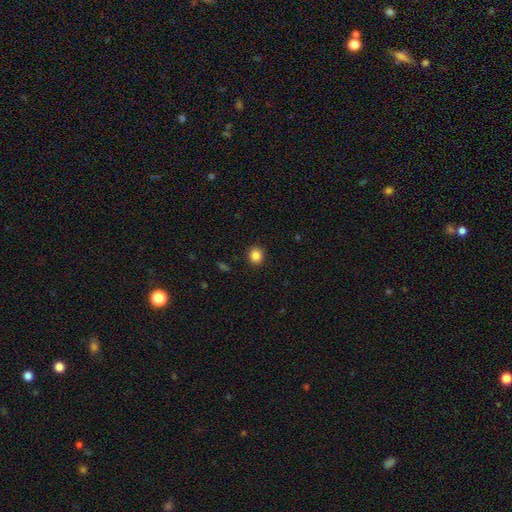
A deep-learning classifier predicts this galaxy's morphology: Q: Smooth or featured?
A: smooth (85%); runner-up: star or artifact (11%)
Q: How rounded?
A: round (87%); runner-up: in between (12%)
Q: Merging?
A: none (92%); runner-up: minor disturbance (5%)